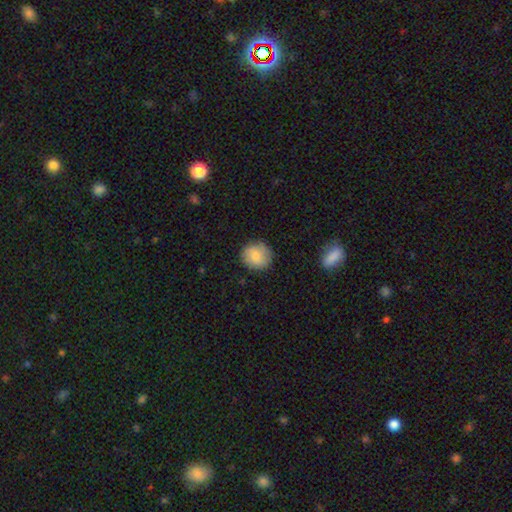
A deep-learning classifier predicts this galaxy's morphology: Smooth or featured: smooth — 81% (featured or disk — 12%)
How rounded: round — 88% (in between — 11%)
Merging: none — 84% (minor disturbance — 12%)